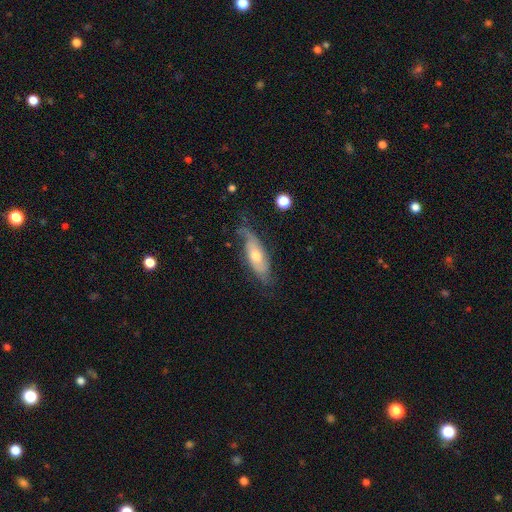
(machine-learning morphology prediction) A featured or disk galaxy (56%). Merging: none (57%).